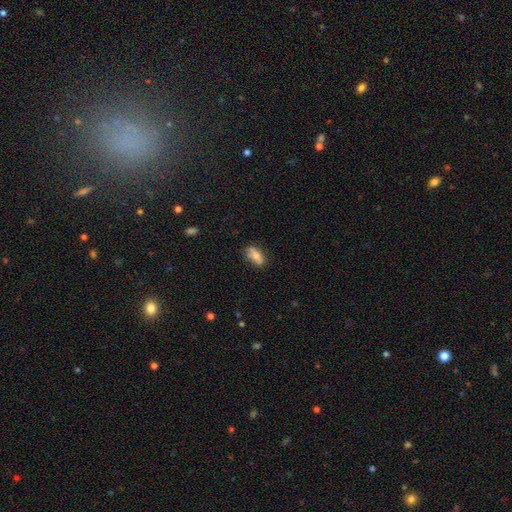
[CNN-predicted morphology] This appears to be a smooth galaxy with no disk features (71%) that is in between round and cigar-shaped (84%). Merging: none (75%).